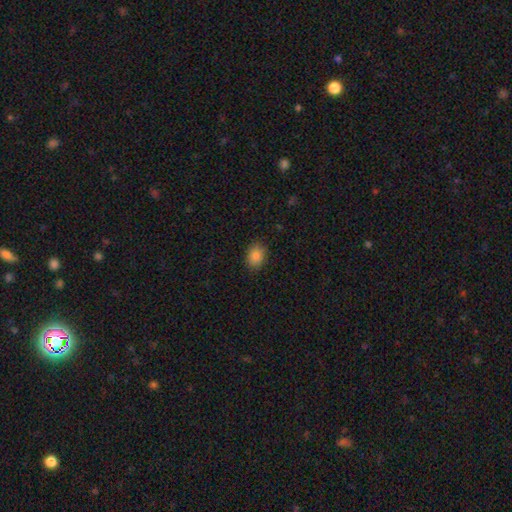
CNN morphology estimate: type=smooth (86%); roundness=in between (72%); merging=none (88%).